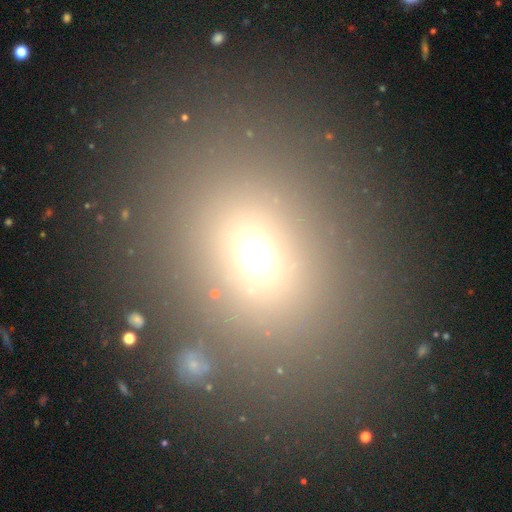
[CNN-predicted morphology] Smooth or featured: smooth — 65% (star or artifact — 25%)
How rounded: round — 56% (in between — 42%)
Merging: none — 78% (minor disturbance — 9%)